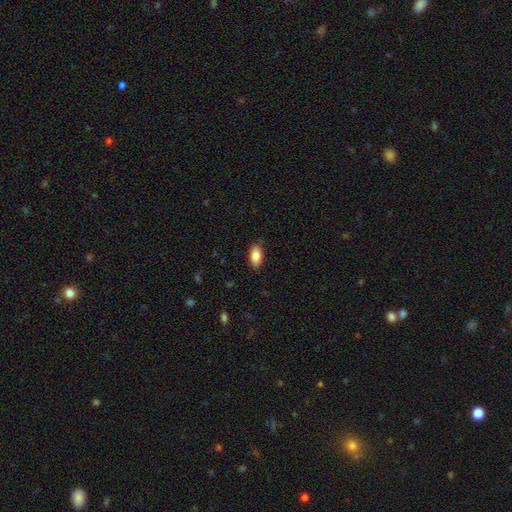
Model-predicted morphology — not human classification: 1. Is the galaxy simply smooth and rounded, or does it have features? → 85% smooth, 7% featured or disk, 7% star or artifact.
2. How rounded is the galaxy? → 92% in between, 5% cigar-shaped, 4% round.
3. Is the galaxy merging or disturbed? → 87% none, 10% minor disturbance, 2% major disturbance, 1% merger.